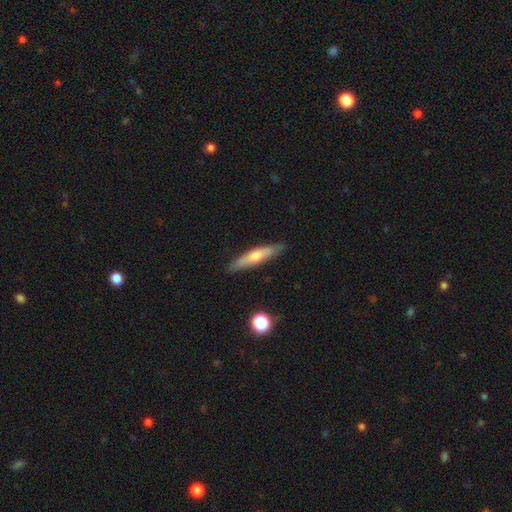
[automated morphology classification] A featured or disk galaxy (48%). Merging: none (88%).